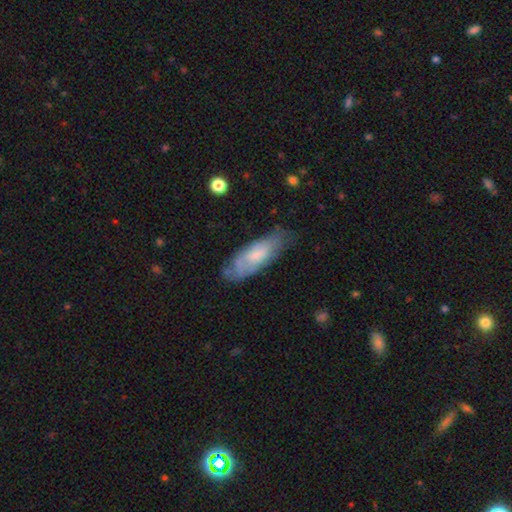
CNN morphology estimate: Smooth or featured?
  - smooth: 57% *
  - featured or disk: 36%
  - star or artifact: 7%
How rounded?
  - in between: 64% *
  - cigar-shaped: 35%
  - round: 2%
Merging?
  - none: 62% *
  - minor disturbance: 28%
  - major disturbance: 8%
  - merger: 2%